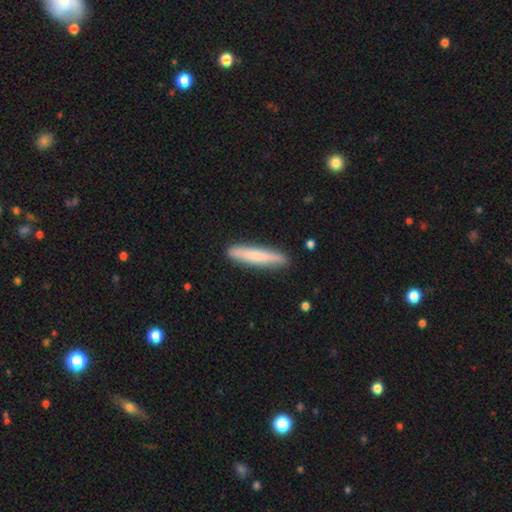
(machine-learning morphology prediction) Q: Smooth or featured?
A: smooth (72%); runner-up: featured or disk (22%)
Q: How rounded?
A: cigar-shaped (92%); runner-up: in between (6%)
Q: Merging?
A: none (87%); runner-up: minor disturbance (10%)